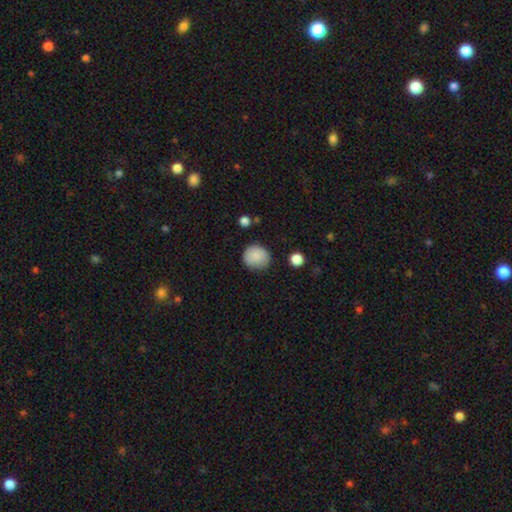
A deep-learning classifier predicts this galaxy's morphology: This is clearly a smooth galaxy (86%). How rounded: clearly round (83%). Merging: clearly none (81%).